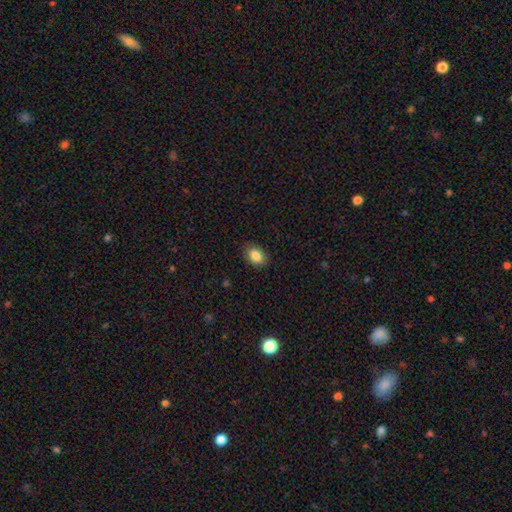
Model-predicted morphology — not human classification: Smooth or featured?
  - smooth: 86% *
  - star or artifact: 8%
  - featured or disk: 5%
How rounded?
  - in between: 81% *
  - round: 18%
  - cigar-shaped: 1%
Merging?
  - none: 86% *
  - minor disturbance: 11%
  - major disturbance: 2%
  - merger: 1%